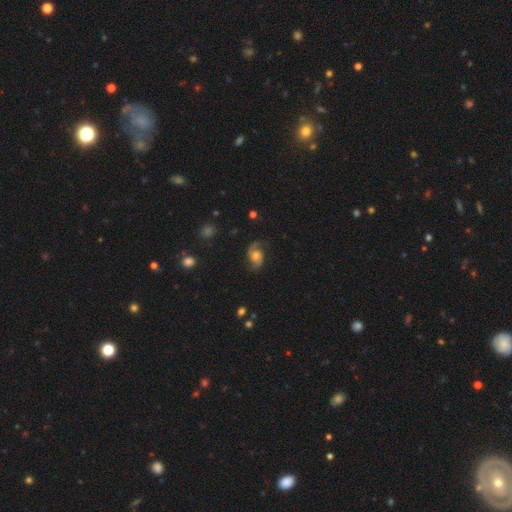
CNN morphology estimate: smooth_or_featured: featured or disk (p=0.79) [alt: smooth p=0.13]
disk_edge_on: no (p=0.97) [alt: yes p=0.03]
bar: no (p=0.65) [alt: weak p=0.29]
has_spiral_arms: yes (p=0.96) [alt: no p=0.04]
spiral_winding: medium (p=0.45) [alt: loose p=0.42]
spiral_arm_count: 2 (p=0.90) [alt: 1 p=0.04]
bulge_size: moderate (p=0.53) [alt: small p=0.25]
merging: none (p=0.73) [alt: minor disturbance p=0.17]